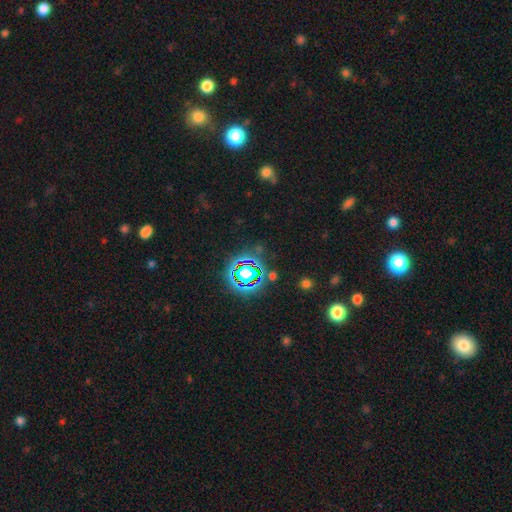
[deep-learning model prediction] Smooth or featured? star or artifact (75%)